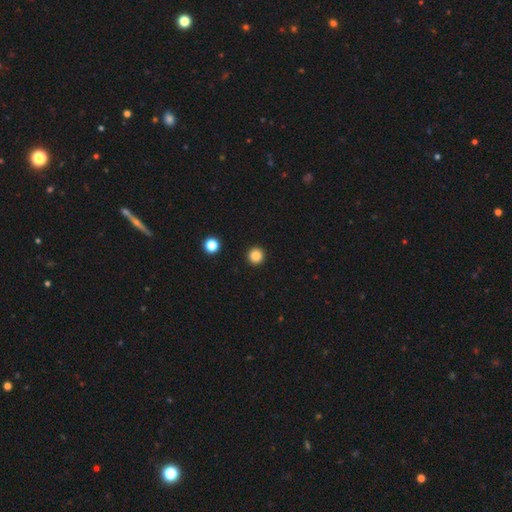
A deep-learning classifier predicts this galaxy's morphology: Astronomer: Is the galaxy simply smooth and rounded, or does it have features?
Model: smooth — 86%.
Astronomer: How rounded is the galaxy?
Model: round — 96%.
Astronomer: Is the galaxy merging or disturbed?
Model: none — 93%.